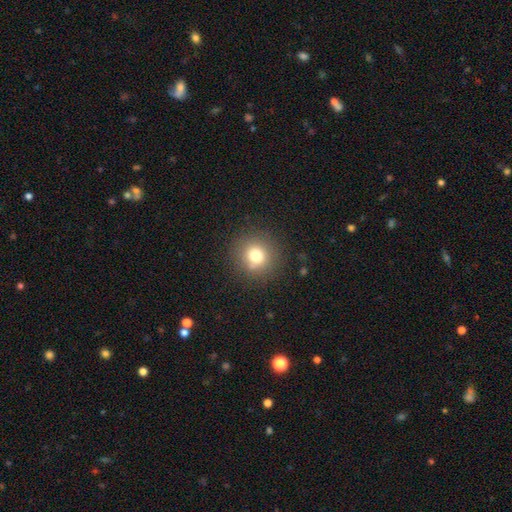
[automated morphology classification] Smooth or featured? Predicted: smooth (p=0.76). How rounded? Predicted: round (p=0.91). Merging? Predicted: none (p=0.85).